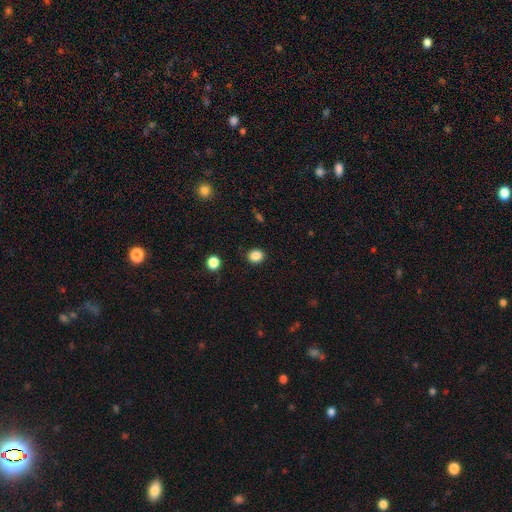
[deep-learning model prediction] Smooth or featured?
  - smooth: 87% *
  - star or artifact: 10%
  - featured or disk: 3%
How rounded?
  - round: 68% *
  - in between: 31%
  - cigar-shaped: 1%
Merging?
  - none: 88% *
  - minor disturbance: 8%
  - major disturbance: 2%
  - merger: 1%